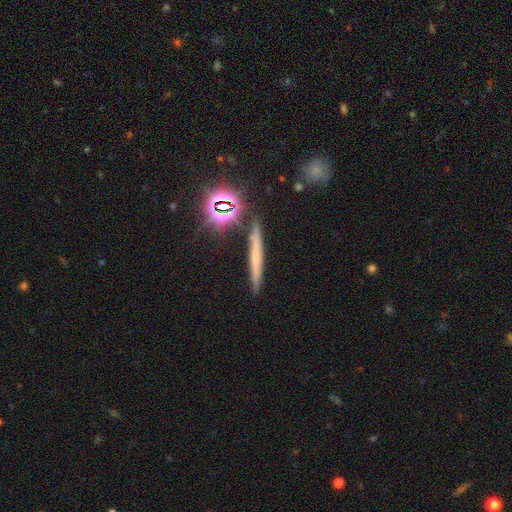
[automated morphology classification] type=smooth (47%); merging=none (87%).